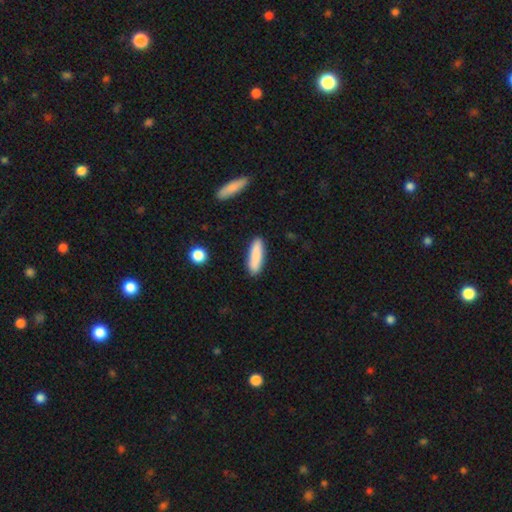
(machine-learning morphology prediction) smooth_or_featured: smooth (p=0.86) [alt: featured or disk p=0.08]
how_rounded: cigar-shaped (p=0.65) [alt: in between p=0.33]
merging: none (p=0.88) [alt: minor disturbance p=0.08]